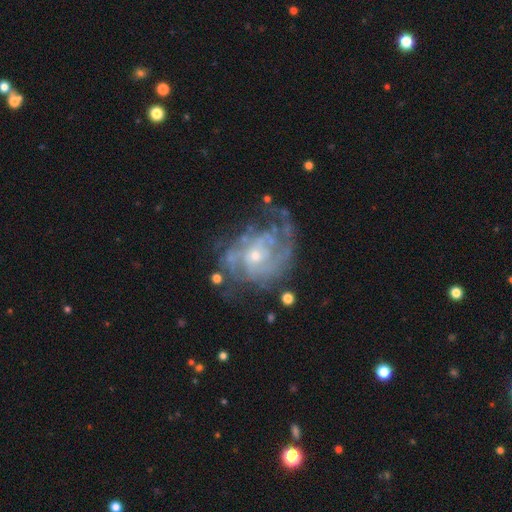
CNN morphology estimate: A featured or disk galaxy (84%) with no bar (73%), tight (47%) spiral arms (88%) and a small central bulge (64%). Merging: none (54%).